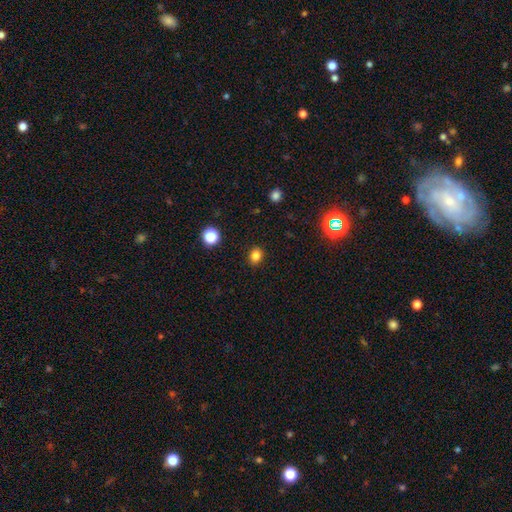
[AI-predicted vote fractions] smooth 82%, star or artifact 14%, featured or disk 5%. Down the decision tree: how rounded — round (58%); merging — none (89%).